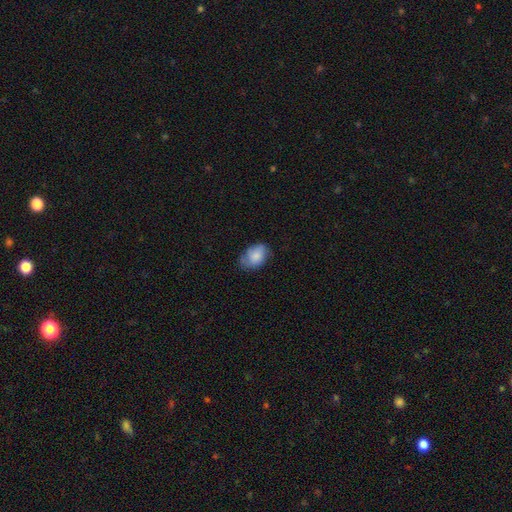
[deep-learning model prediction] Smooth or featured? smooth (81%)
How rounded? in between (83%)
Merging? none (60%)